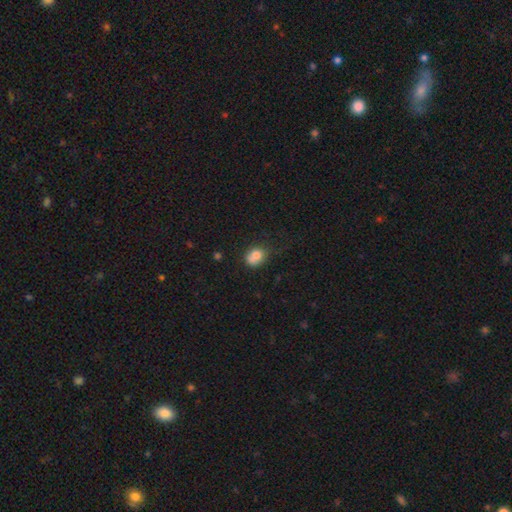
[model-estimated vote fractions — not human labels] A smooth galaxy with no disk features (77%) that is in between round and cigar-shaped (51%). Merging: none (43%).